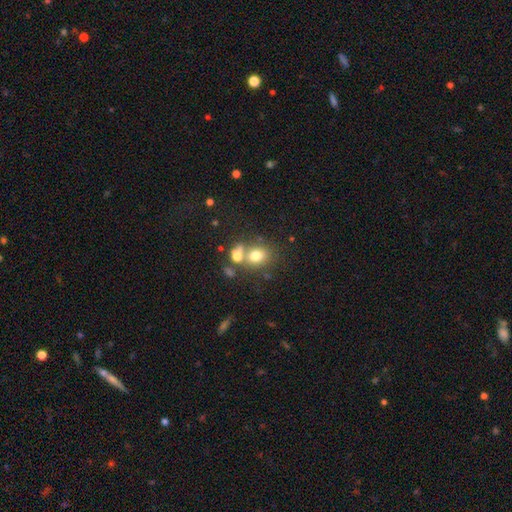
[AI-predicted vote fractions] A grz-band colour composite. It shows a smooth galaxy with no disk features (72%) that is round (65%). Merging: none (53%).